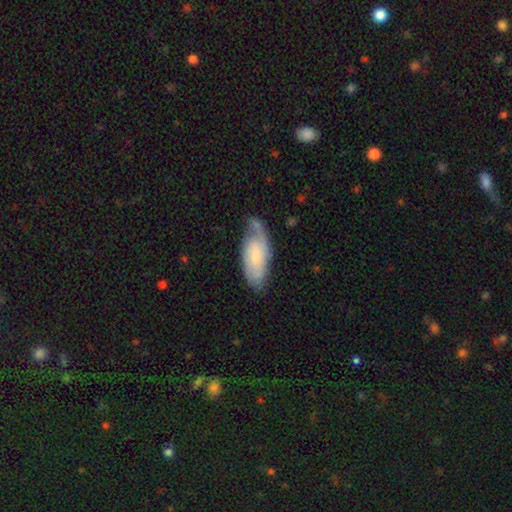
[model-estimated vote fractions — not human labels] This is possibly a featured or disk galaxy (52%). It is clearly not viewed edge-on (90%). Merging: possibly none (57%).